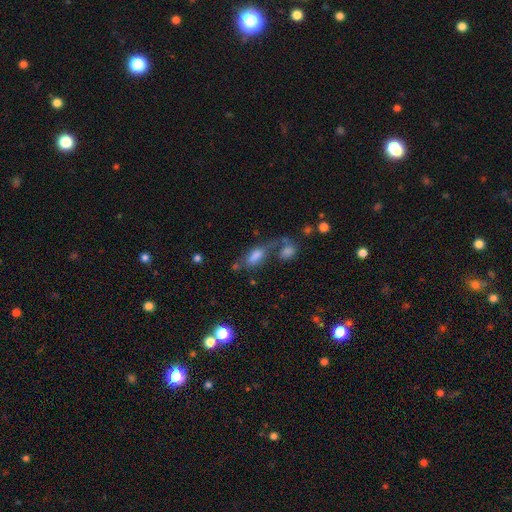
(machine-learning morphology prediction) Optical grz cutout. It shows a smooth galaxy with no disk features (62%) that is in between round and cigar-shaped (81%). Merging: merger (34%).